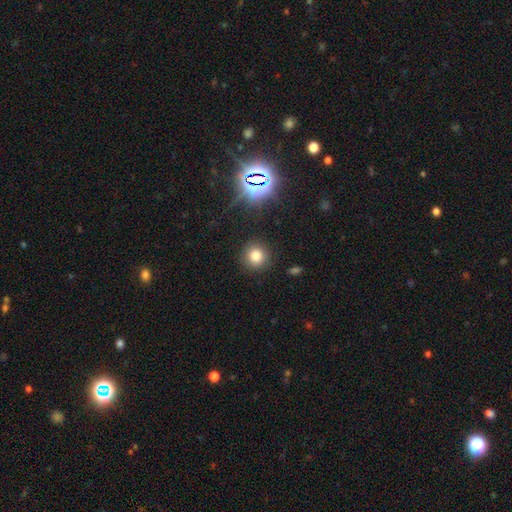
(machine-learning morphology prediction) Smooth or featured? smooth (78%)
How rounded? round (90%)
Merging? none (88%)